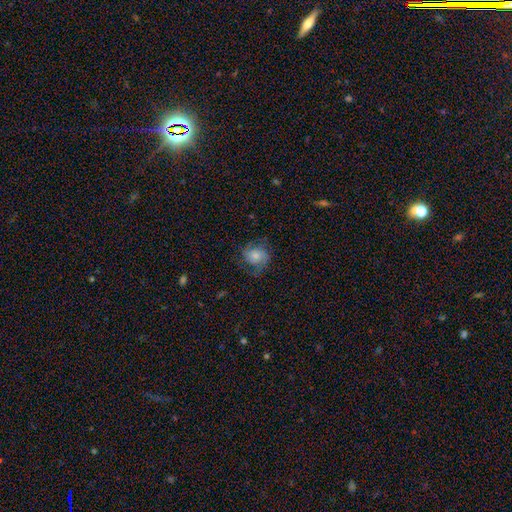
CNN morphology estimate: smooth-or-featured: featured or disk: 54% | smooth: 37% | star or artifact: 9%
  disk-edge-on: no: 97% | yes: 3%
    bar: no: 75% | weak: 21% | strong: 4%
    has-spiral-arms: yes: 89% | no: 11%
    bulge-size: moderate: 46% | small: 33% | large: 12% | none: 6% | dominant: 3%
  merging: none: 65% | minor disturbance: 20% | major disturbance: 14% | merger: 1%